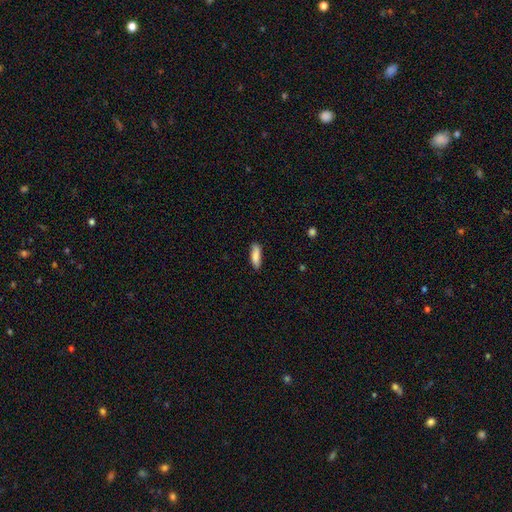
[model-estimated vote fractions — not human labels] This is clearly a smooth galaxy (86%). How rounded: possibly in between (50%). Merging: clearly none (83%).